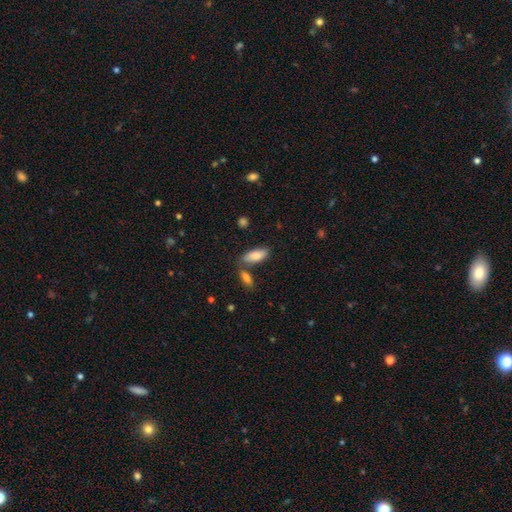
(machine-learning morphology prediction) Smooth or featured? smooth (81%)
How rounded? in between (82%)
Merging? none (68%)